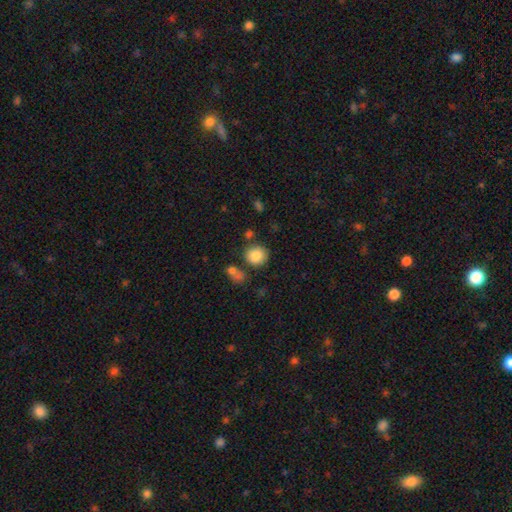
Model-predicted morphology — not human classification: Overall: smooth (86%). How rounded: round (85%). Merging: none (73%).